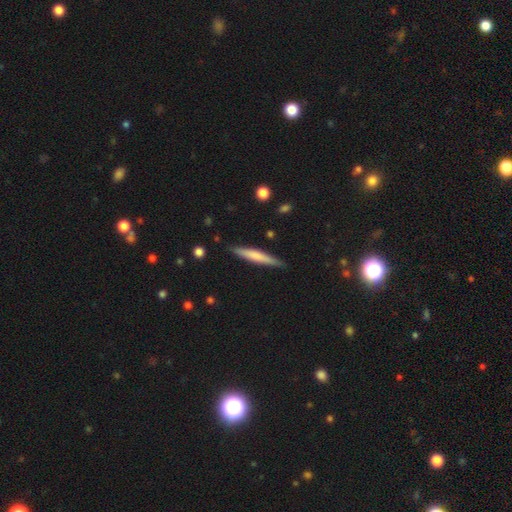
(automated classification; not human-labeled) Smooth or featured? Predicted: smooth (p=0.59). How rounded? Predicted: cigar-shaped (p=0.94). Merging? Predicted: none (p=0.87).